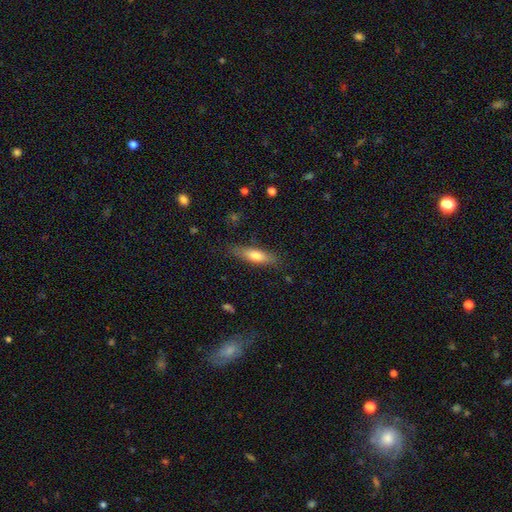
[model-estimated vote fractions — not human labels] Overall: smooth (67%). How rounded: cigar-shaped (58%; in between 40%). Merging: none (82%).